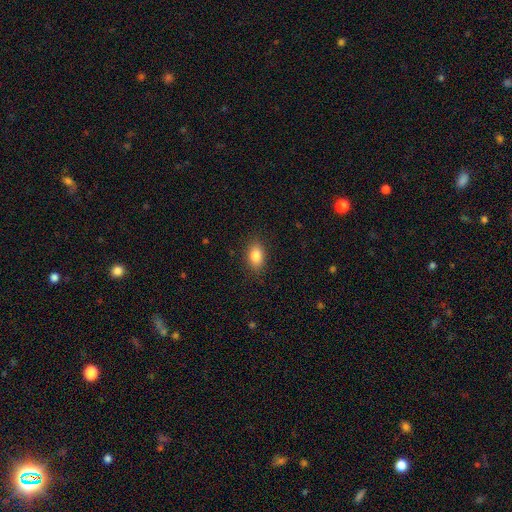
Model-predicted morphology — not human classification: Overall: smooth (85%). How rounded: in between (87%). Merging: none (87%).